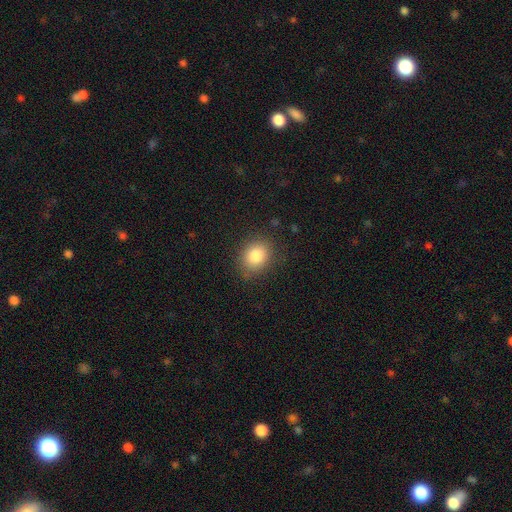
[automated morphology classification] Smooth or featured?
  - smooth: 84% *
  - star or artifact: 9%
  - featured or disk: 7%
How rounded?
  - in between: 50% *
  - round: 49%
  - cigar-shaped: 1%
Merging?
  - none: 83% *
  - minor disturbance: 12%
  - major disturbance: 4%
  - merger: 1%